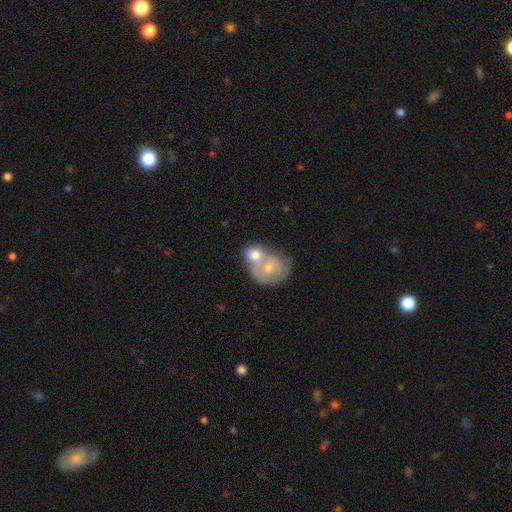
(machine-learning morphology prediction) A smooth galaxy with no disk features (68%) that is round (69%).

Vote fractions:
- Smooth or featured? smooth: 68% / featured or disk: 25% / star or artifact: 7%
- How rounded? round: 69% / in between: 30% / cigar-shaped: 1%
- Merging? merger: 72% / none: 19% / minor disturbance: 6% / major disturbance: 3%